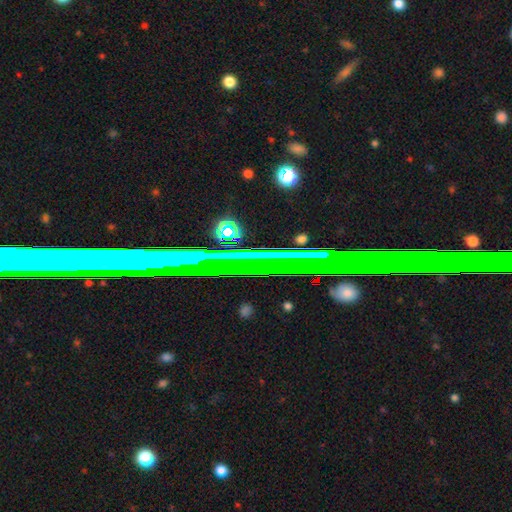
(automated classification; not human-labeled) smooth-or-featured: star or artifact: 72% | featured or disk: 18% | smooth: 10%